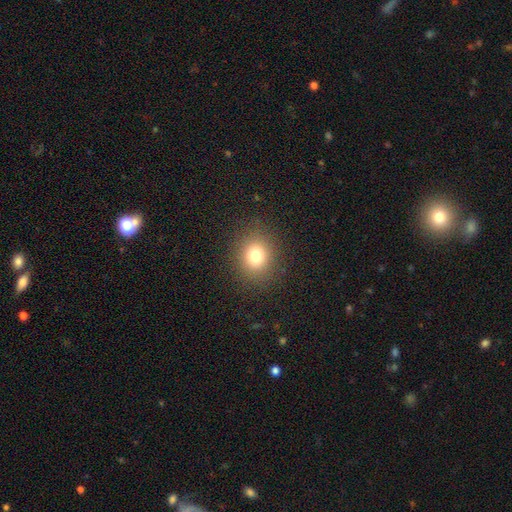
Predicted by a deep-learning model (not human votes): This is likely a smooth galaxy (77%). How rounded: likely round (71%). Merging: clearly none (88%).